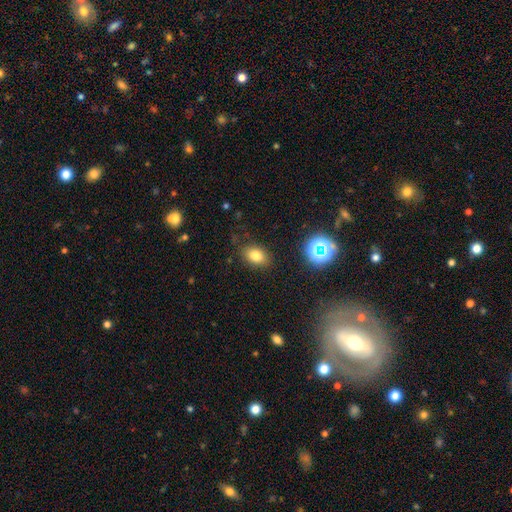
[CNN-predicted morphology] Smooth or featured?
  - smooth: 77% *
  - star or artifact: 14%
  - featured or disk: 9%
How rounded?
  - in between: 79% *
  - round: 20%
  - cigar-shaped: 1%
Merging?
  - none: 82% *
  - minor disturbance: 12%
  - major disturbance: 4%
  - merger: 2%